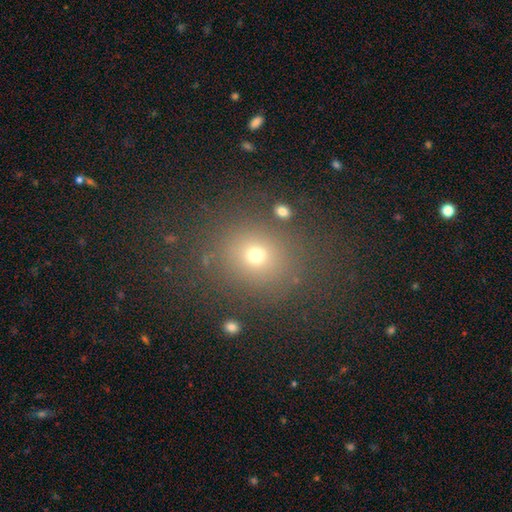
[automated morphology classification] A smooth galaxy with no disk features (67%) that is round (80%). Merging: none (81%).